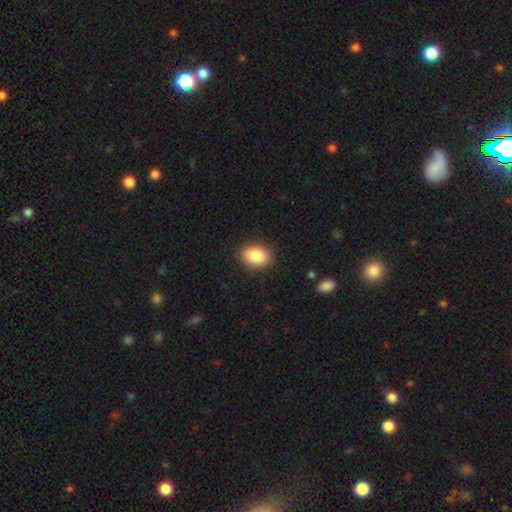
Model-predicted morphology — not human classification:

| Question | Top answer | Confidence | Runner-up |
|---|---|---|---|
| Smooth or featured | smooth | 89% | star or artifact (7%) |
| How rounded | in between | 79% | round (20%) |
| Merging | none | 89% | minor disturbance (8%) |